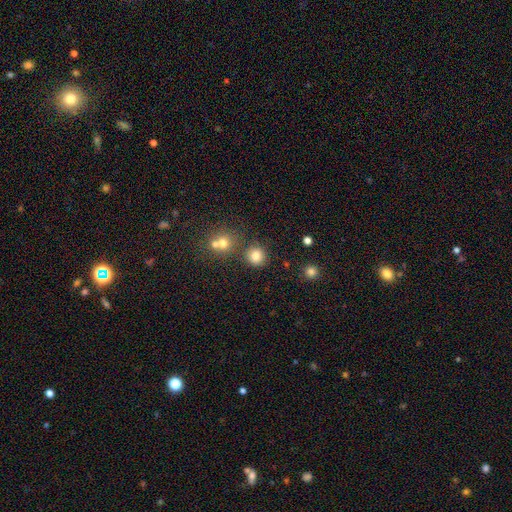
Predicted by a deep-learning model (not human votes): This is clearly a smooth galaxy (81%). How rounded: clearly round (89%). Merging: likely none (79%).